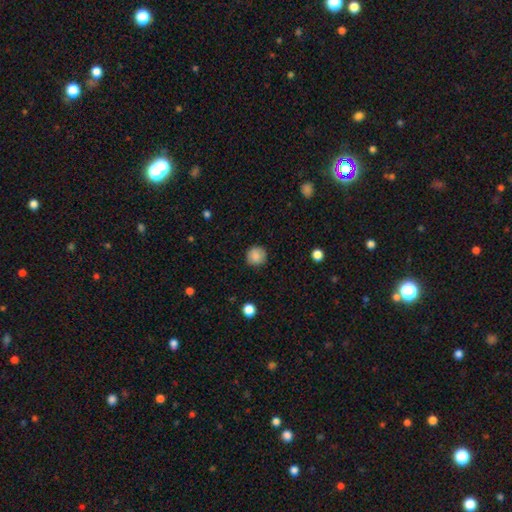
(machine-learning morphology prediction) This appears to be a smooth galaxy with no disk features (86%) that is round (92%). Merging: none (88%).